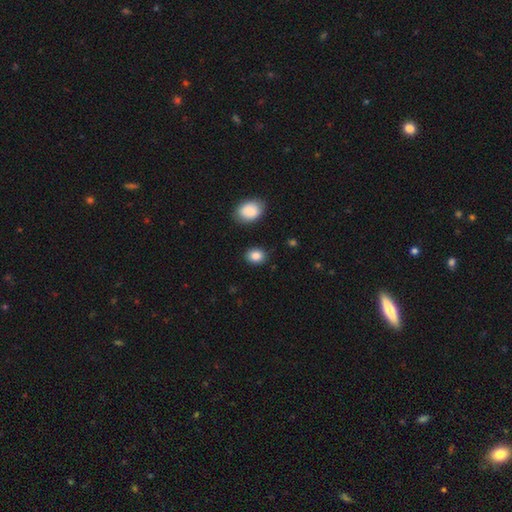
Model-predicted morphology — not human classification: Smooth or featured? smooth (86%)
How rounded? in between (50%)
Merging? none (86%)